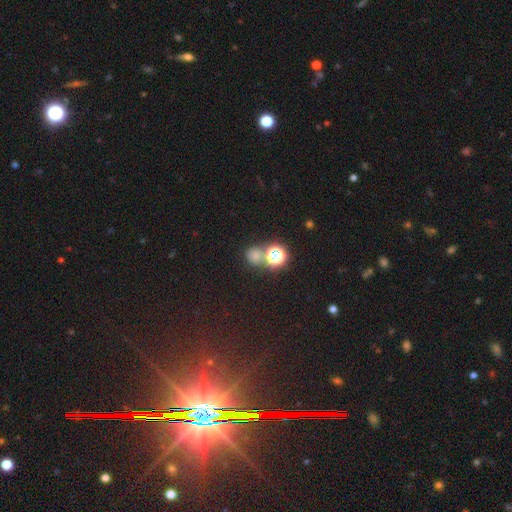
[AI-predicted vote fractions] The model was most divided on "smooth or featured": smooth: 60%, star or artifact: 34%, featured or disk: 7%. More confident: how rounded — round (85%); merging — none (64%).